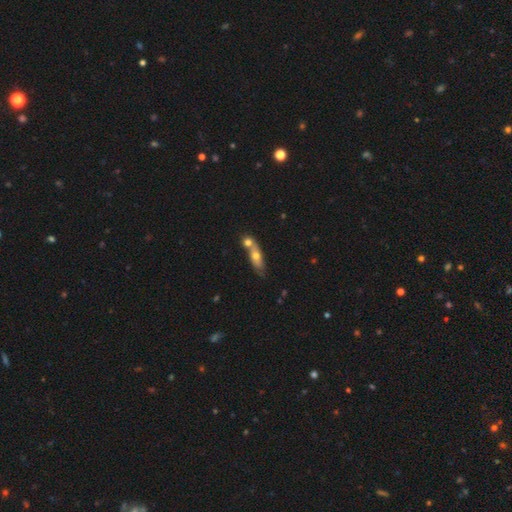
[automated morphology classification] Smooth or featured?
  - smooth: 60% *
  - featured or disk: 32%
  - star or artifact: 8%
How rounded?
  - in between: 52% *
  - cigar-shaped: 41%
  - round: 6%
Merging?
  - merger: 45% *
  - none: 41%
  - minor disturbance: 10%
  - major disturbance: 4%